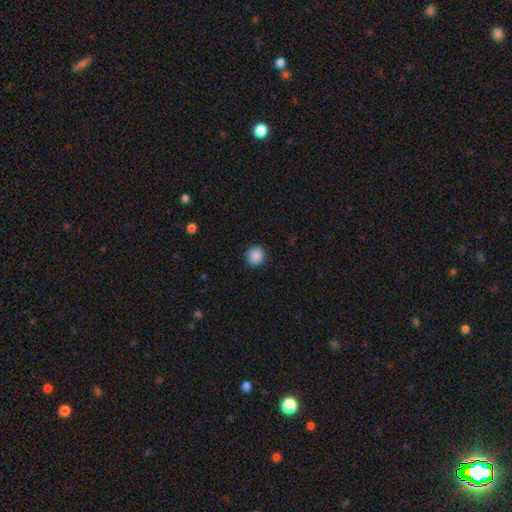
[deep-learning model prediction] Smooth or featured? Predicted: smooth (p=0.88). How rounded? Predicted: round (p=0.93). Merging? Predicted: none (p=0.91).